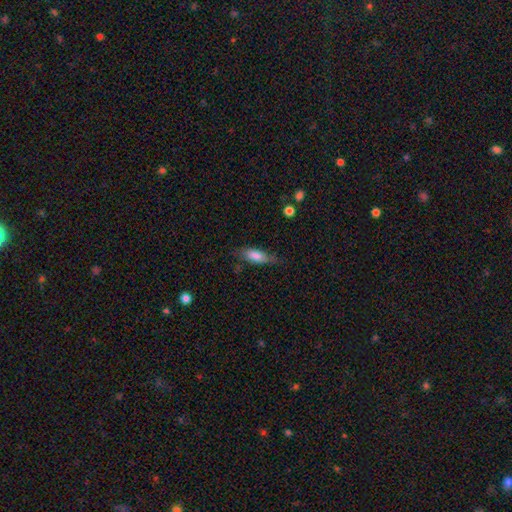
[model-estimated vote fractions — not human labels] This is likely a smooth galaxy (75%). How rounded: likely in between (63%). Merging: likely none (66%).